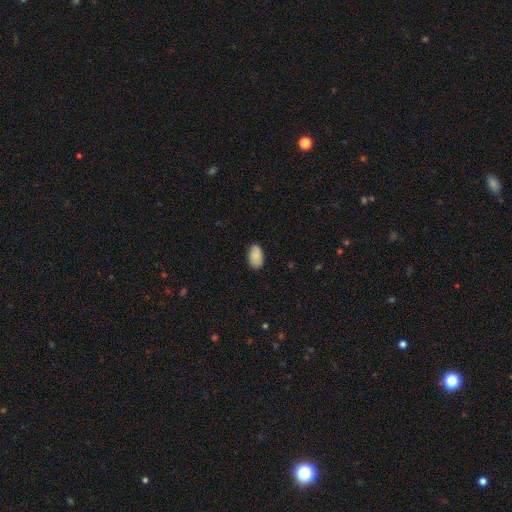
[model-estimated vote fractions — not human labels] smooth-or-featured: smooth: 86% | featured or disk: 7% | star or artifact: 7%
  how-rounded: in between: 93% | round: 6% | cigar-shaped: 1%
  merging: none: 82% | minor disturbance: 14% | major disturbance: 3% | merger: 1%